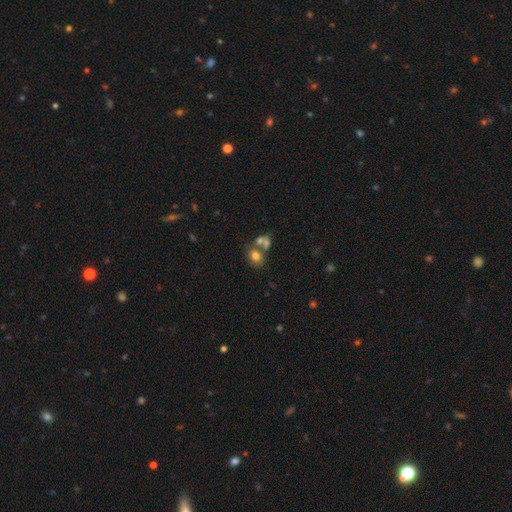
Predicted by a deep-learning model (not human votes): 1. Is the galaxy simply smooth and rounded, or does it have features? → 72% smooth, 16% featured or disk, 12% star or artifact.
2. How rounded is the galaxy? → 54% in between, 45% round, 1% cigar-shaped.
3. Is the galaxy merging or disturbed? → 44% merger, 40% none, 10% minor disturbance, 6% major disturbance.